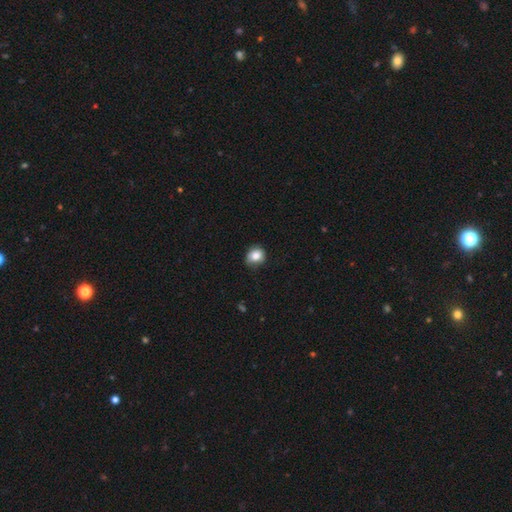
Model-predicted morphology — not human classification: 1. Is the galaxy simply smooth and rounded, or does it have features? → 82% smooth, 9% star or artifact, 8% featured or disk.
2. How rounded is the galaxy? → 69% round, 30% in between, 1% cigar-shaped.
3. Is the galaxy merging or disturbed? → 73% none, 22% minor disturbance, 4% major disturbance, 1% merger.